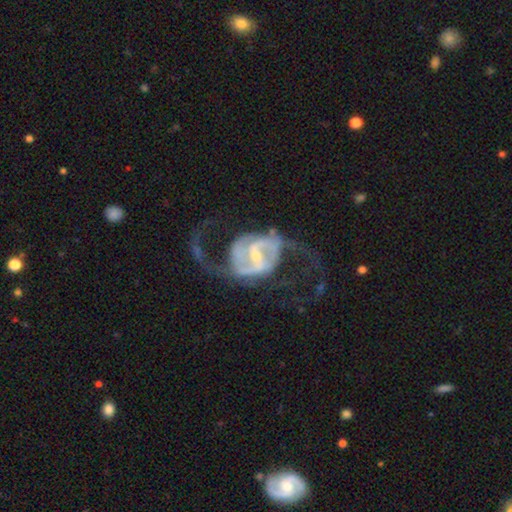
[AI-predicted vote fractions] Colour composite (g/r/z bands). It shows a featured or disk galaxy (90%) with a strong bar (43%), 2 (87%) loose (48%) spiral arms (94%) and a small central bulge (59%). Merging: none (54%).